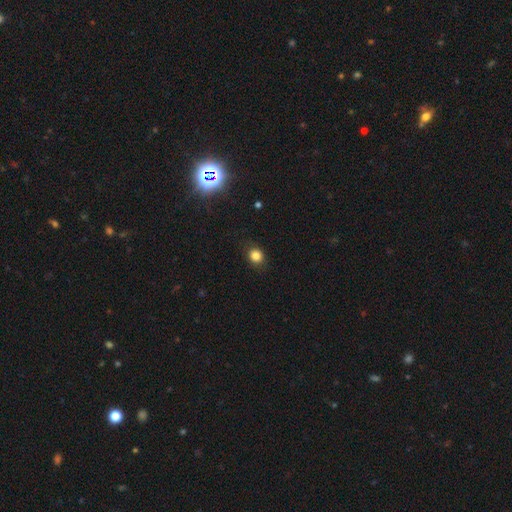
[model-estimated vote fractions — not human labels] Smooth or featured?
  - smooth: 83% *
  - star or artifact: 12%
  - featured or disk: 5%
How rounded?
  - round: 71% *
  - in between: 28%
  - cigar-shaped: 1%
Merging?
  - none: 85% *
  - minor disturbance: 11%
  - major disturbance: 3%
  - merger: 1%